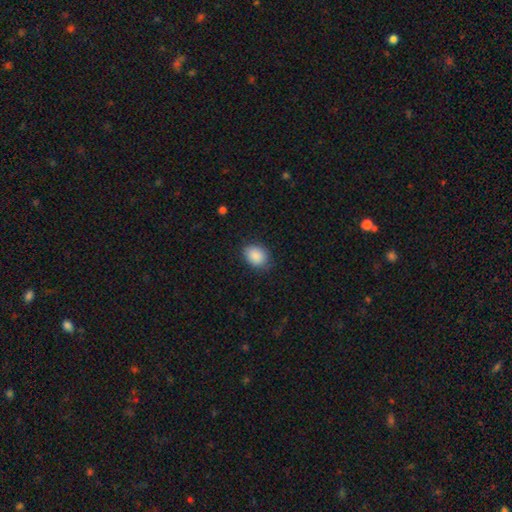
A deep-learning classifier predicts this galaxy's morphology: smooth 89%, star or artifact 7%, featured or disk 4%. Down the decision tree: how rounded — in between (60%); merging — none (81%).